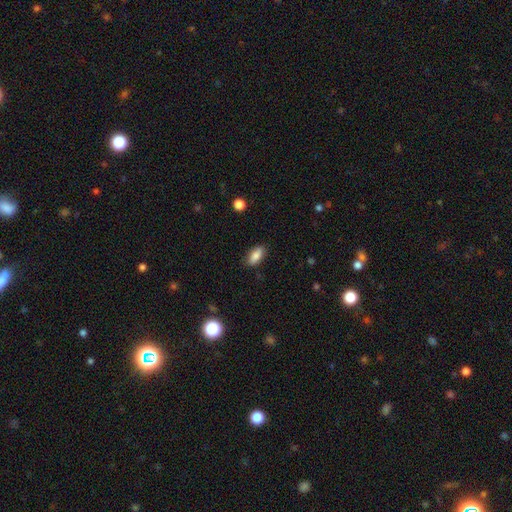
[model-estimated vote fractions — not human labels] Smooth or featured: smooth — 85% (featured or disk — 8%)
How rounded: in between — 88% (cigar-shaped — 8%)
Merging: none — 85% (minor disturbance — 11%)